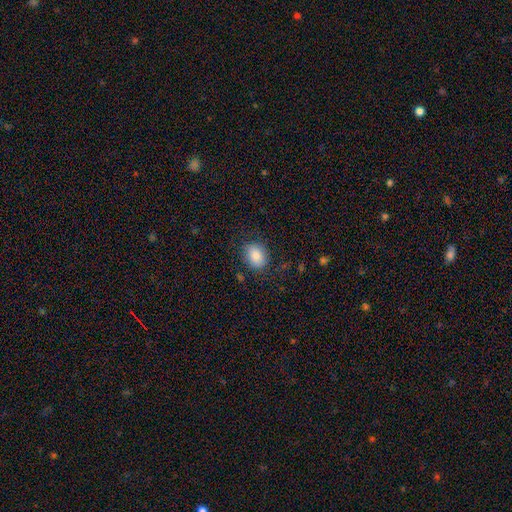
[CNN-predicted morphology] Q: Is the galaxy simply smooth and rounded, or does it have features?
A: smooth — 85%.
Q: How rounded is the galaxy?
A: in between — 68%.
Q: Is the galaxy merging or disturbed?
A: none — 82%.